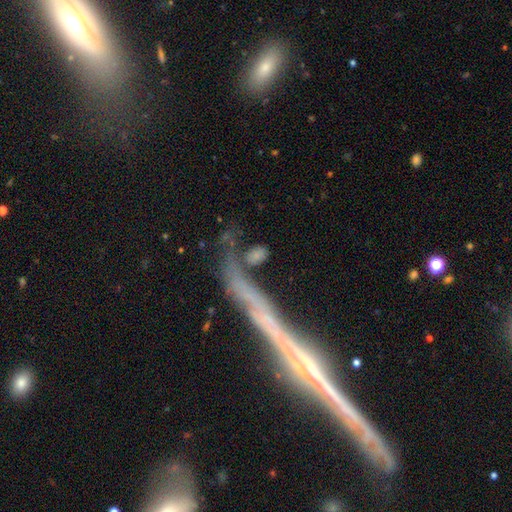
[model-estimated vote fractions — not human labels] A smooth galaxy with no disk features (72%) that is in between round and cigar-shaped (75%). Merging: none (53%).